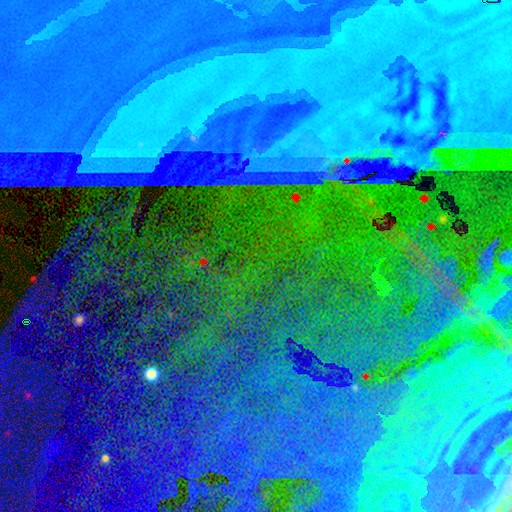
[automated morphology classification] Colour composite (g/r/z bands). It shows a star or artifact, not a galaxy (86%).